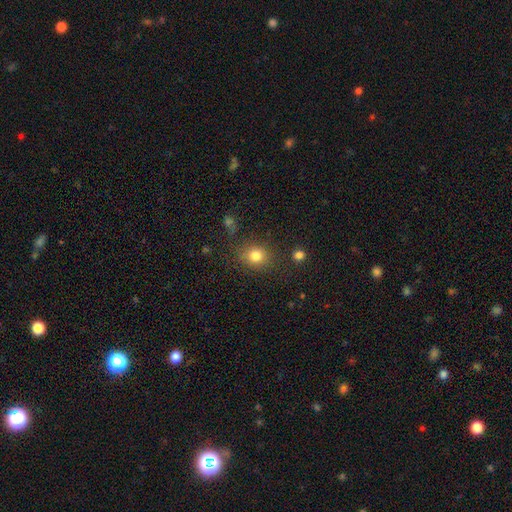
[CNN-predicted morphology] smooth-or-featured: smooth: 81% | star or artifact: 12% | featured or disk: 6%
  how-rounded: round: 74% | in between: 25% | cigar-shaped: 1%
  merging: none: 82% | minor disturbance: 11% | major disturbance: 4% | merger: 3%